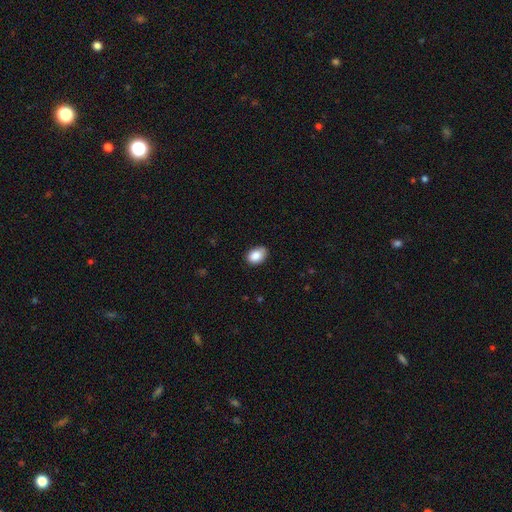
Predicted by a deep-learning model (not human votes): Q: Smooth or featured?
A: smooth (87%); runner-up: star or artifact (8%)
Q: How rounded?
A: in between (80%); runner-up: round (19%)
Q: Merging?
A: none (76%); runner-up: minor disturbance (20%)